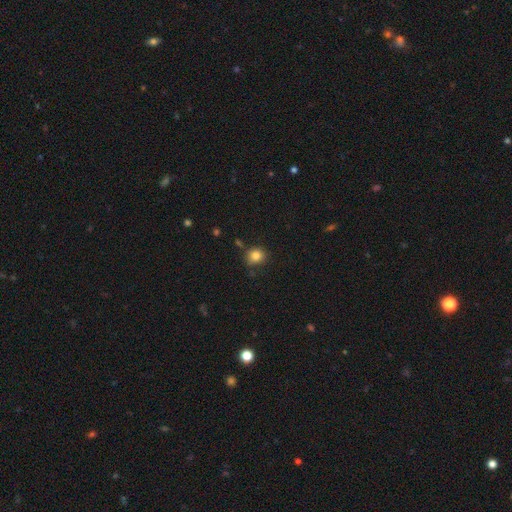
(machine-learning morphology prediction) smooth_or_featured: smooth (p=0.83) [alt: star or artifact p=0.11]
how_rounded: round (p=0.82) [alt: in between p=0.17]
merging: none (p=0.77) [alt: minor disturbance p=0.14]